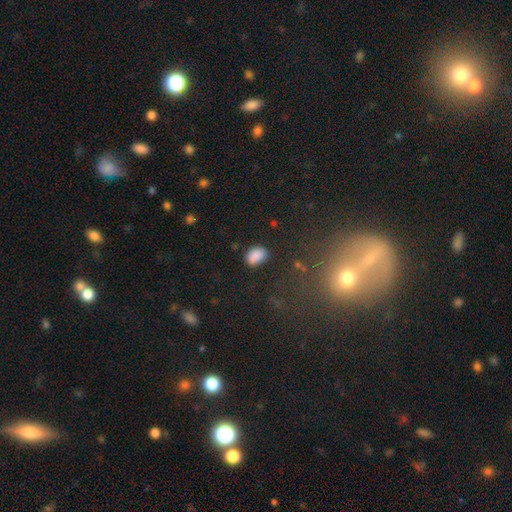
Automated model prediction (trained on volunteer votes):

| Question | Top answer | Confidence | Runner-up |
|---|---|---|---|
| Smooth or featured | smooth | 86% | star or artifact (9%) |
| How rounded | in between | 82% | round (17%) |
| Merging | none | 79% | minor disturbance (15%) |